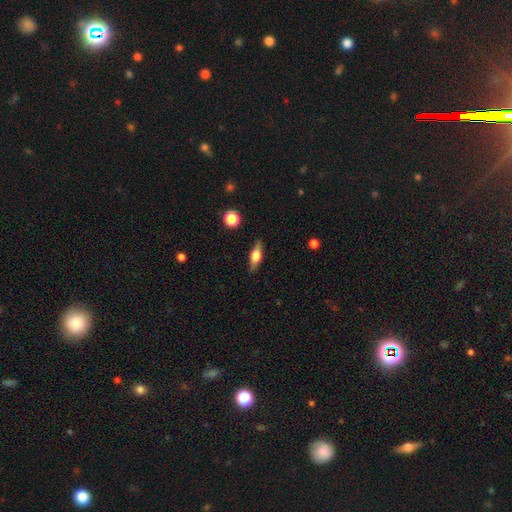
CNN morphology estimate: Q: Smooth or featured?
A: smooth (47%); runner-up: featured or disk (46%)
Q: Merging?
A: none (85%); runner-up: minor disturbance (11%)